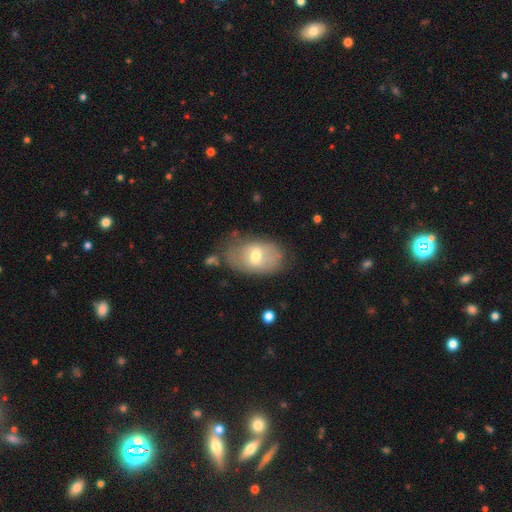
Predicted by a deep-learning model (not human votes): smooth 56%, featured or disk 37%, star or artifact 7%. Down the decision tree: how rounded — in between (88%); merging — none (62%).